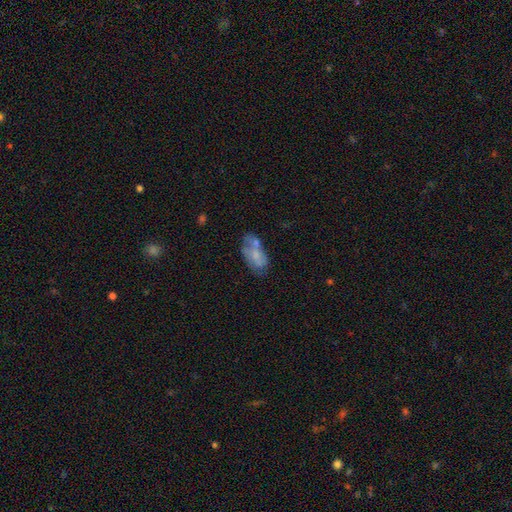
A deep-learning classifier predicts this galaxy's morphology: Overall: smooth (55%; featured or disk 37%). How rounded: in between (91%). Merging: none (38%; merger 26%).